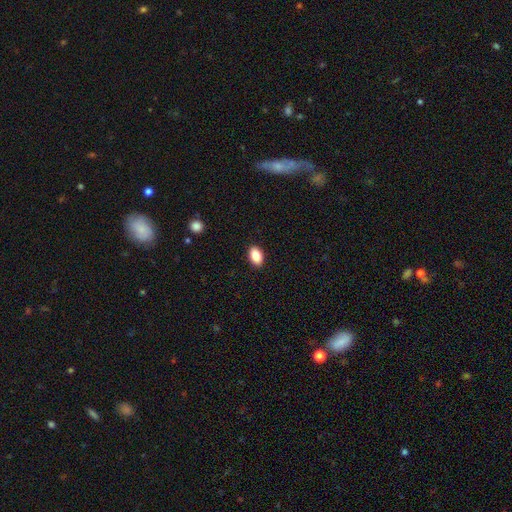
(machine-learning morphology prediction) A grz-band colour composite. It shows a smooth galaxy with no disk features (87%) that is in between round and cigar-shaped (90%). Merging: none (90%).